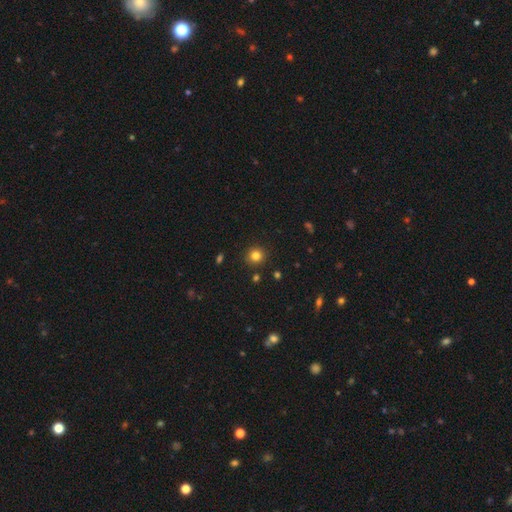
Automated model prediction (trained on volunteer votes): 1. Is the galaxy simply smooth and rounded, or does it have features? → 81% smooth, 13% star or artifact, 6% featured or disk.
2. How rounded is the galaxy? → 89% round, 10% in between, 1% cigar-shaped.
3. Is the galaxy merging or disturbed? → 89% none, 7% minor disturbance, 2% major disturbance, 2% merger.